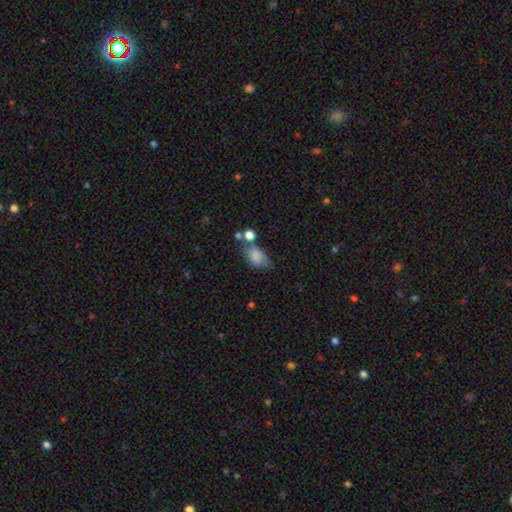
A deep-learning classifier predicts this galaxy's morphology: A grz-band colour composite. It shows a smooth galaxy with no disk features (78%) that is in between round and cigar-shaped (85%). Merging: none (37%).